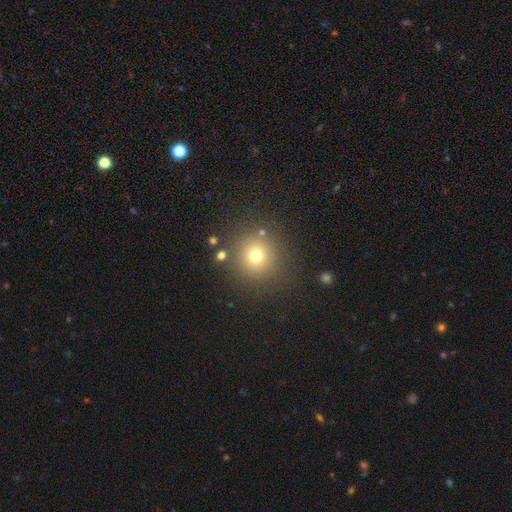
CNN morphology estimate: Overall: smooth (72%). How rounded: round (93%). Merging: none (85%).